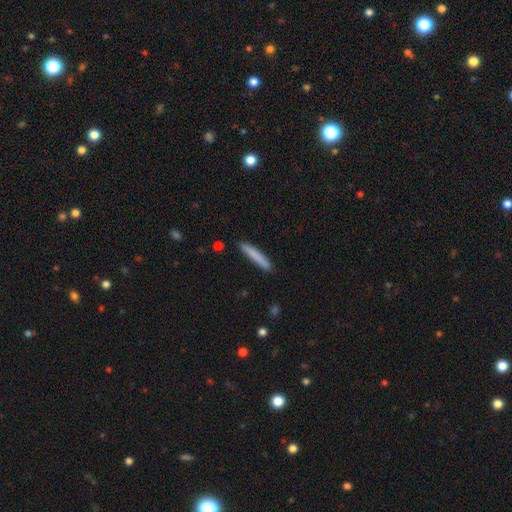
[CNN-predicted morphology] This is likely a smooth galaxy (80%). How rounded: clearly cigar-shaped (95%). Merging: clearly none (89%).